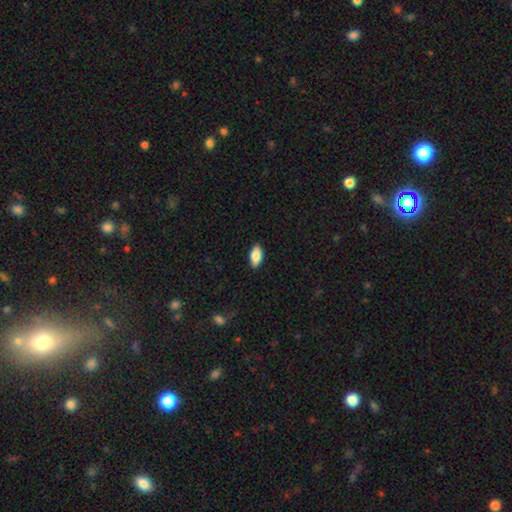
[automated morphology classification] smooth_or_featured: smooth (p=0.82) [alt: featured or disk p=0.12]
how_rounded: in between (p=0.88) [alt: cigar-shaped p=0.09]
merging: none (p=0.88) [alt: minor disturbance p=0.09]